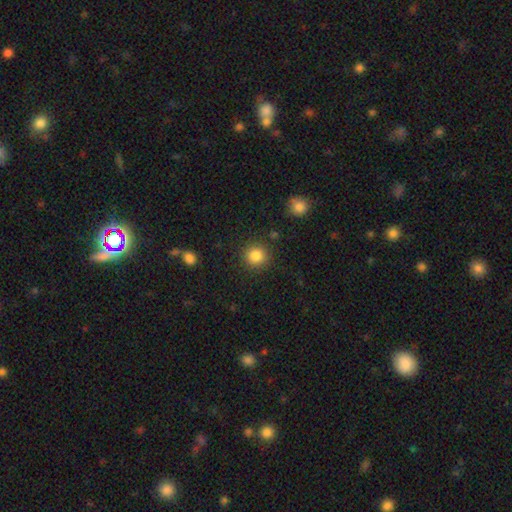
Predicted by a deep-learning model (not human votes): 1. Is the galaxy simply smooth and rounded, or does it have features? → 84% smooth, 11% star or artifact, 5% featured or disk.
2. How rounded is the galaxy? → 93% round, 6% in between, 1% cigar-shaped.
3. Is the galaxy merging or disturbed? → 89% none, 6% minor disturbance, 3% major disturbance, 2% merger.